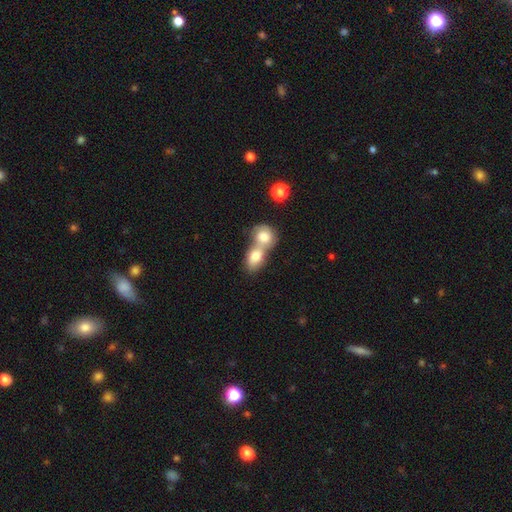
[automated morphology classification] This is likely a smooth galaxy (77%). How rounded: likely in between (68%). Merging: likely merger (73%).